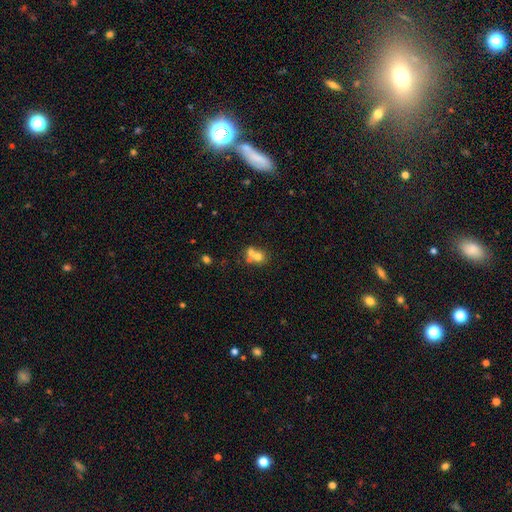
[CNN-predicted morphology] This is likely a smooth galaxy (65%). How rounded: likely round (72%). Merging: likely merger (63%).